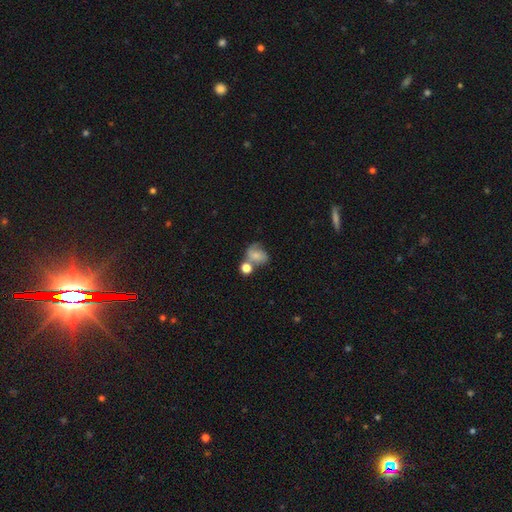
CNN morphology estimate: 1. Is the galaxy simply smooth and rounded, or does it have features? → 65% smooth, 24% featured or disk, 11% star or artifact.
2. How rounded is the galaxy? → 52% round, 47% in between, 1% cigar-shaped.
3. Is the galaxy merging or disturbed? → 35% merger, 33% none, 20% minor disturbance, 11% major disturbance.